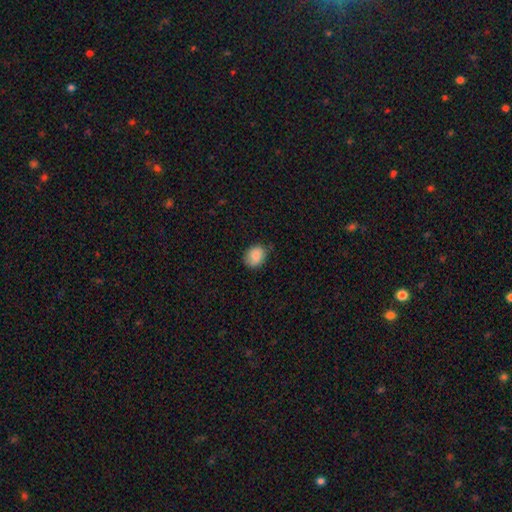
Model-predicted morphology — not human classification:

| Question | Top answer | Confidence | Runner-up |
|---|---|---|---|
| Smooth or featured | smooth | 84% | featured or disk (8%) |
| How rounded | round | 57% | in between (43%) |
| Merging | none | 77% | minor disturbance (18%) |